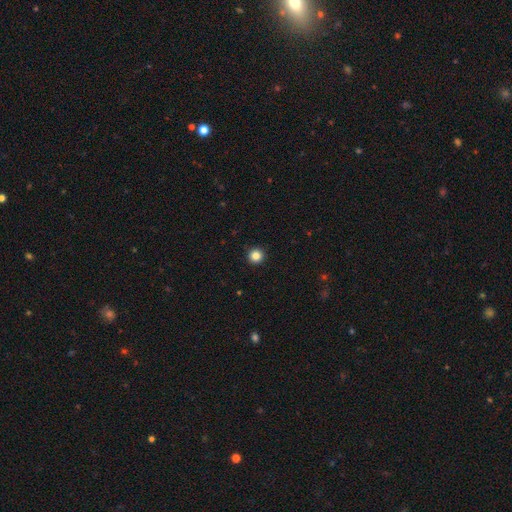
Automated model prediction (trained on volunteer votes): A smooth galaxy with no disk features (85%) that is round (96%).

Vote fractions:
- Smooth or featured? smooth: 85% / star or artifact: 11% / featured or disk: 4%
- How rounded? round: 96% / in between: 3% / cigar-shaped: 1%
- Merging? none: 94% / minor disturbance: 4% / major disturbance: 1% / merger: 1%